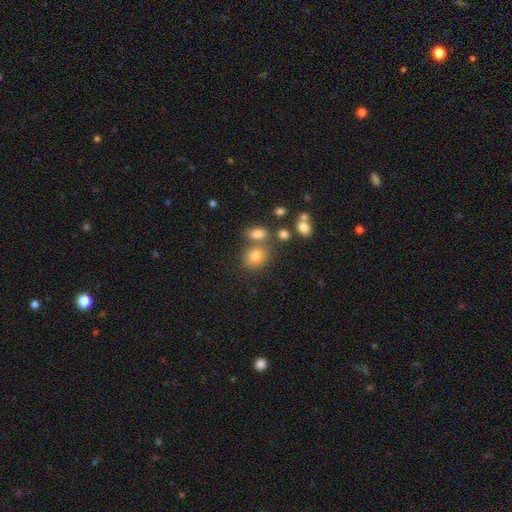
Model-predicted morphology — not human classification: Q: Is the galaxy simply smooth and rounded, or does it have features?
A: smooth — 76%.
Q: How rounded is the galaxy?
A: in between — 50%.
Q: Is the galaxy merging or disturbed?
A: none — 55%.